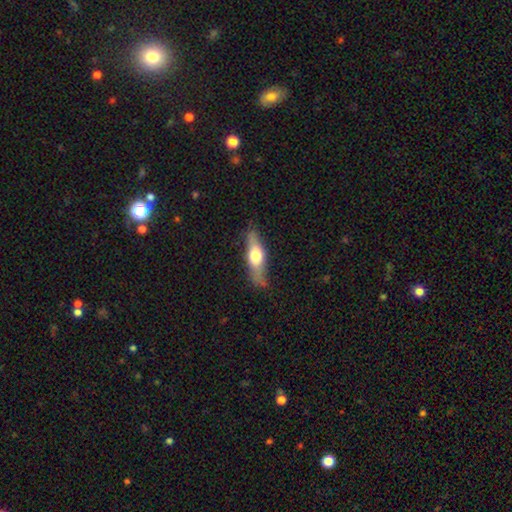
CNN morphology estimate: Overall: smooth (48%; featured or disk 47%). Merging: none (73%).